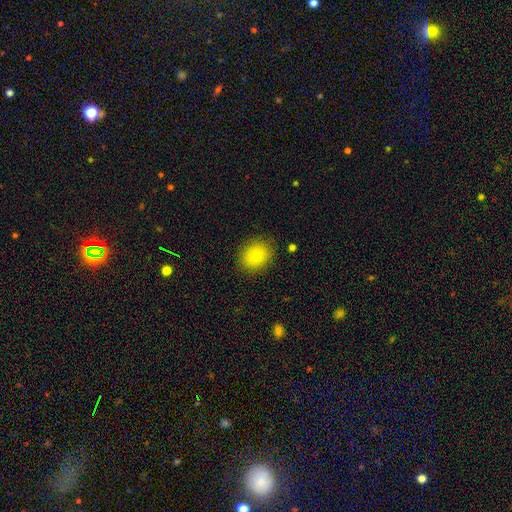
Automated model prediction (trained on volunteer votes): Smooth or featured? Predicted: smooth (p=0.86). How rounded? Predicted: round (p=0.56). Merging? Predicted: none (p=0.86).